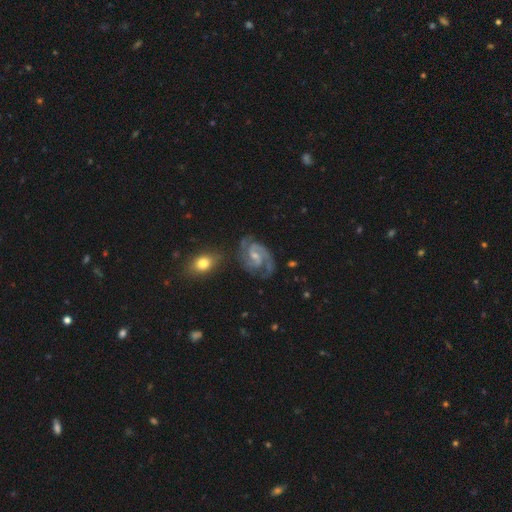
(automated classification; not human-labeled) smooth_or_featured: featured or disk (p=0.90) [alt: smooth p=0.05]
disk_edge_on: no (p=0.98) [alt: yes p=0.02]
bar: weak (p=0.54) [alt: no p=0.30]
has_spiral_arms: yes (p=0.98) [alt: no p=0.02]
spiral_winding: medium (p=0.53) [alt: tight p=0.36]
spiral_arm_count: 2 (p=0.73) [alt: 3 p=0.13]
bulge_size: small (p=0.60) [alt: moderate p=0.32]
merging: none (p=0.64) [alt: minor disturbance p=0.21]